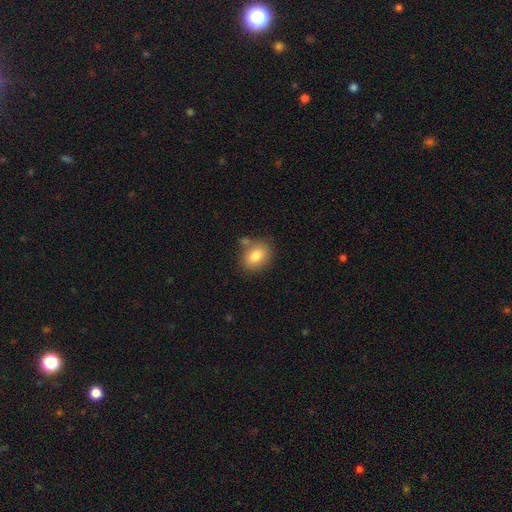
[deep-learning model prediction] The model was most divided on "how rounded": in between: 60%, round: 39%, cigar-shaped: 1%. More confident: smooth or featured — smooth (81%); merging — none (71%).